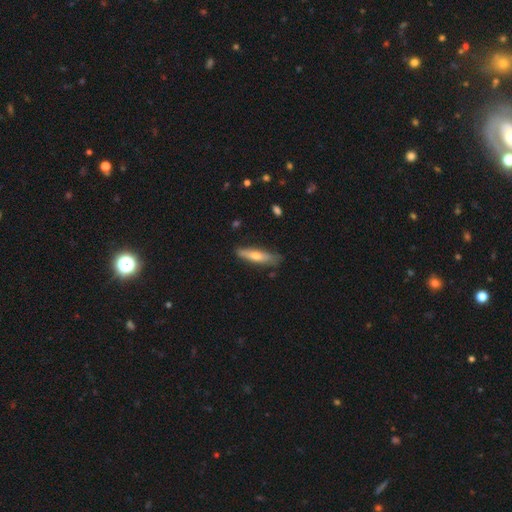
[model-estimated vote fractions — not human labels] Smooth or featured?
  - smooth: 55% *
  - featured or disk: 39%
  - star or artifact: 6%
How rounded?
  - cigar-shaped: 81% *
  - in between: 18%
  - round: 2%
Merging?
  - none: 81% *
  - minor disturbance: 15%
  - major disturbance: 2%
  - merger: 2%